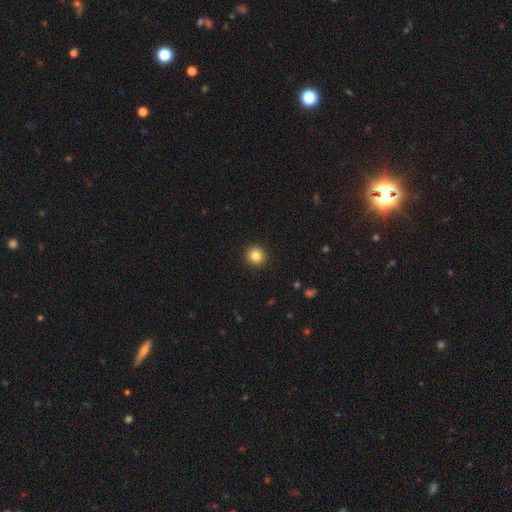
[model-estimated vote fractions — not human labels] Q: Smooth or featured?
A: smooth (84%); runner-up: star or artifact (10%)
Q: How rounded?
A: round (93%); runner-up: in between (6%)
Q: Merging?
A: none (93%); runner-up: minor disturbance (5%)